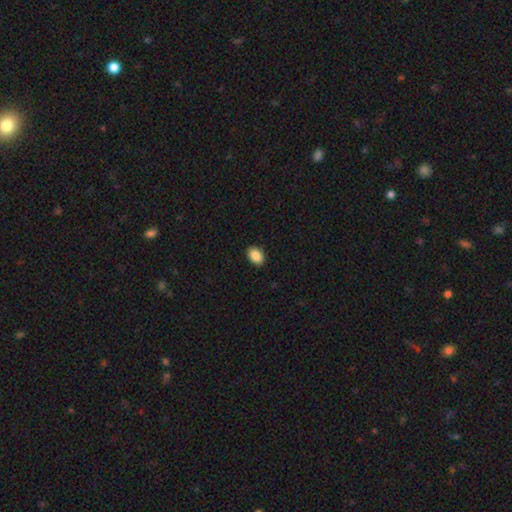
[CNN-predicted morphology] Smooth or featured: smooth — 90% (star or artifact — 7%)
How rounded: in between — 84% (round — 15%)
Merging: none — 90% (minor disturbance — 7%)